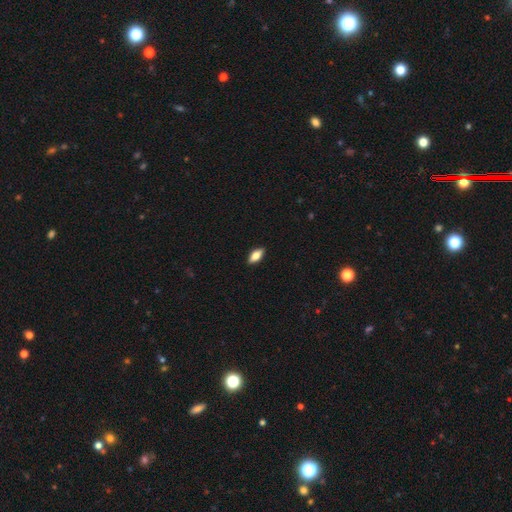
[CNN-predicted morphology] Smooth or featured? smooth (70%)
How rounded? in between (82%)
Merging? none (89%)